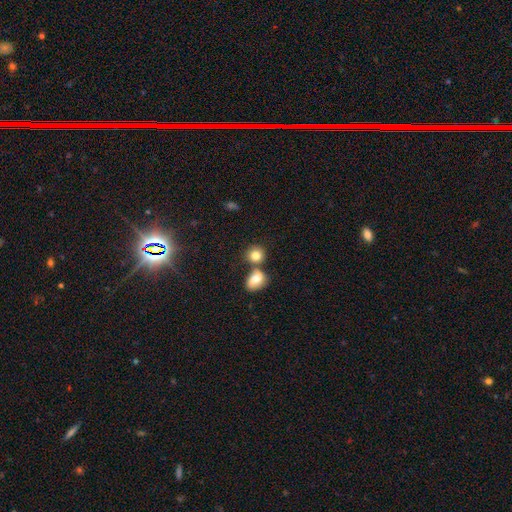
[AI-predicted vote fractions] Smooth or featured: smooth — 80% (featured or disk — 10%)
How rounded: round — 75% (in between — 24%)
Merging: none — 51% (merger — 37%)